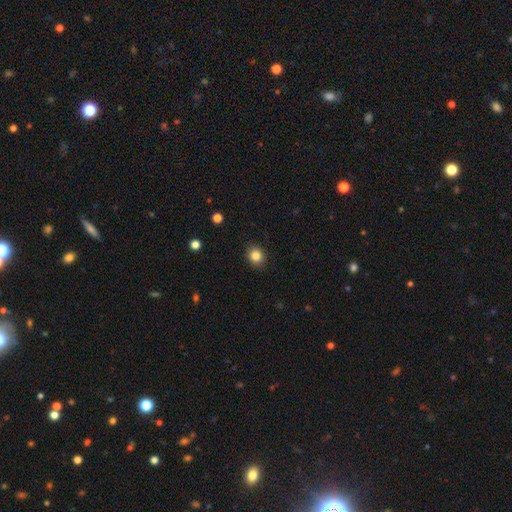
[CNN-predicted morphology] smooth 84%, star or artifact 10%, featured or disk 5%. Down the decision tree: how rounded — round (73%); merging — none (90%).